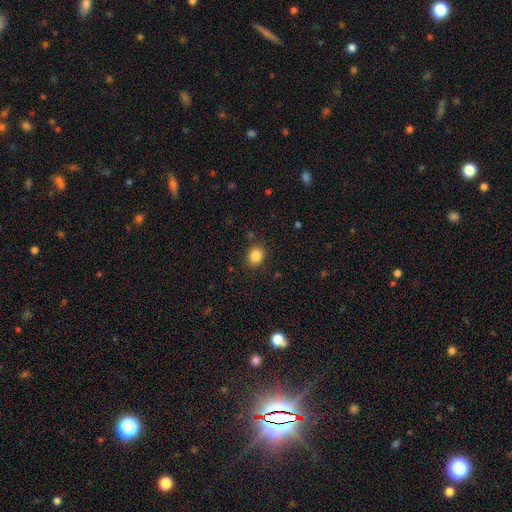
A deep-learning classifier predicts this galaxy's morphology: type=smooth (85%); roundness=round (62%); merging=none (87%).